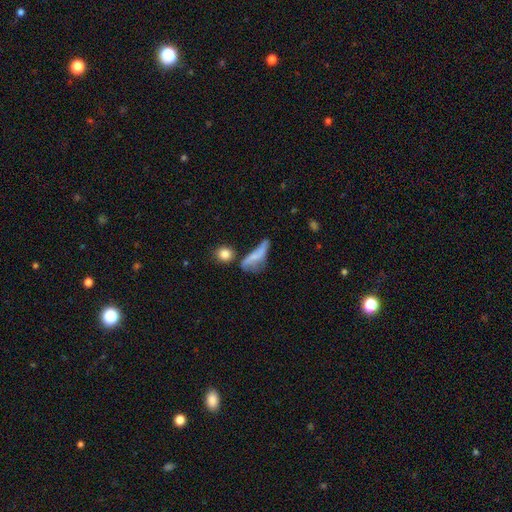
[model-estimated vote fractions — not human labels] A smooth galaxy with no disk features (53%) that is in between round and cigar-shaped (51%). Merging: major disturbance (31%).